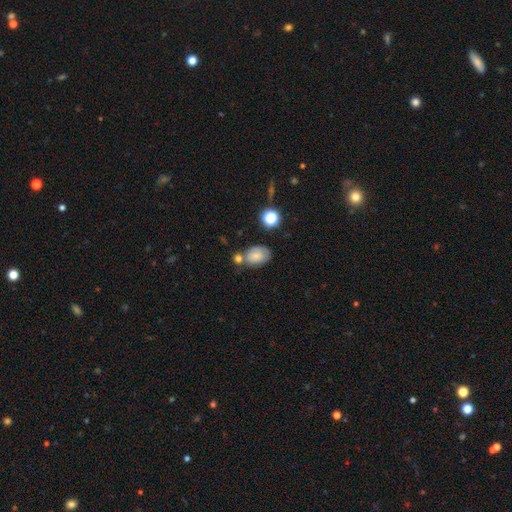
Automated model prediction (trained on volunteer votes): Q: Smooth or featured?
A: smooth (72%); runner-up: featured or disk (17%)
Q: How rounded?
A: in between (82%); runner-up: round (16%)
Q: Merging?
A: none (53%); runner-up: minor disturbance (21%)